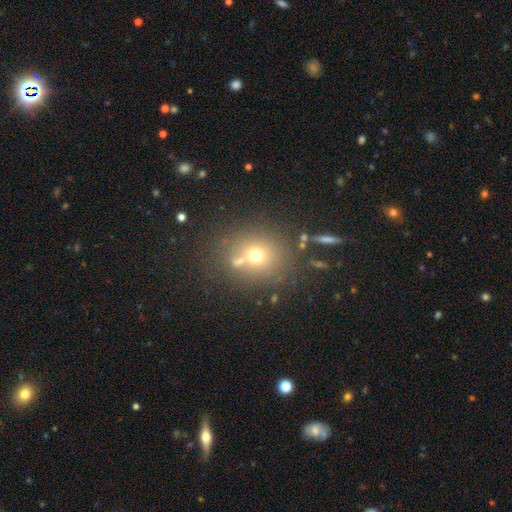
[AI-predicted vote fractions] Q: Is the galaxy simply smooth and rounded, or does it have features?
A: smooth — 63%.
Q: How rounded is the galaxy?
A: round — 78%.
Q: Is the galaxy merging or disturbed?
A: none — 64%.